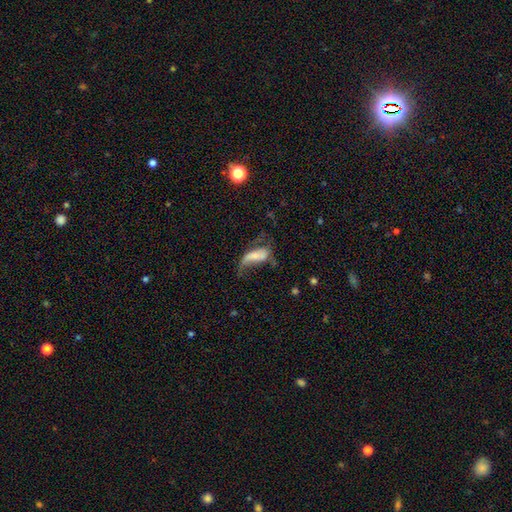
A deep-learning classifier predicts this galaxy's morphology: This appears to be a featured or disk galaxy (46%). Merging: major disturbance (45%).